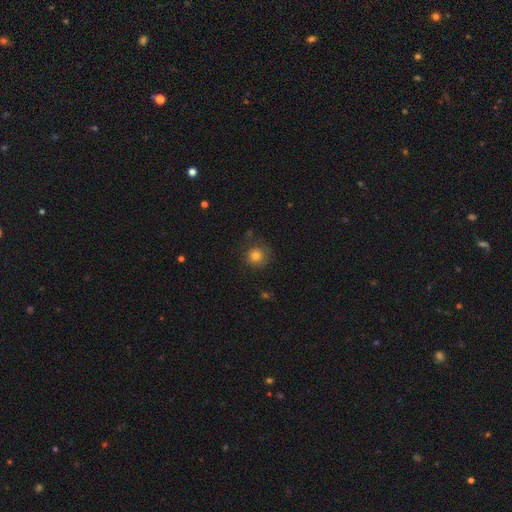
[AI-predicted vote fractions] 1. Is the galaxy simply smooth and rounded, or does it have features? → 78% smooth, 12% star or artifact, 10% featured or disk.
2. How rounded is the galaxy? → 93% round, 6% in between, 1% cigar-shaped.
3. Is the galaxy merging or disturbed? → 77% none, 15% minor disturbance, 6% major disturbance, 2% merger.